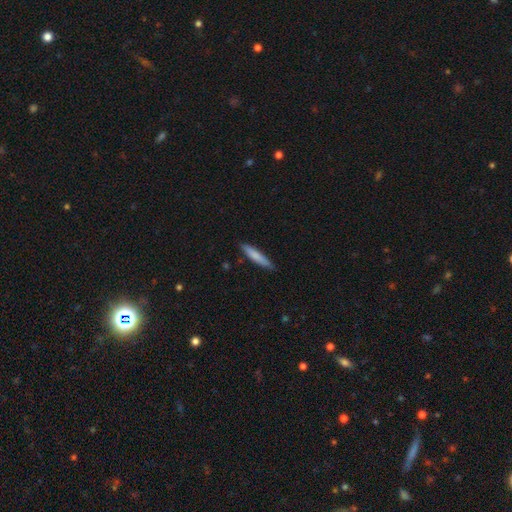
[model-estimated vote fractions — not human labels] Q: Smooth or featured?
A: smooth (76%); runner-up: featured or disk (18%)
Q: How rounded?
A: cigar-shaped (90%); runner-up: in between (9%)
Q: Merging?
A: none (85%); runner-up: minor disturbance (12%)